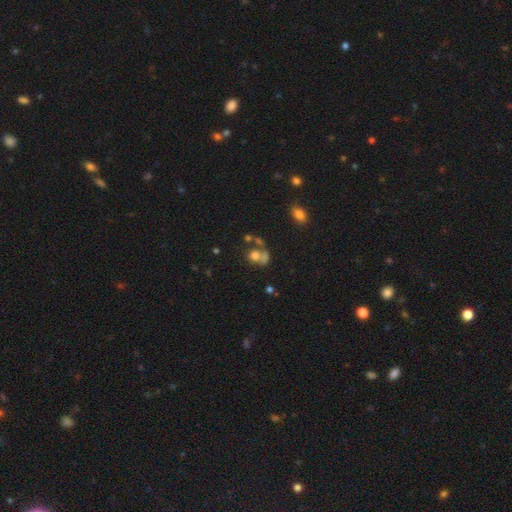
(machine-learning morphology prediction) A smooth galaxy with no disk features (66%) that is round (63%).

Vote fractions:
- Smooth or featured? smooth: 66% / featured or disk: 18% / star or artifact: 15%
- How rounded? round: 63% / in between: 36% / cigar-shaped: 1%
- Merging? merger: 42% / none: 32% / major disturbance: 14% / minor disturbance: 12%